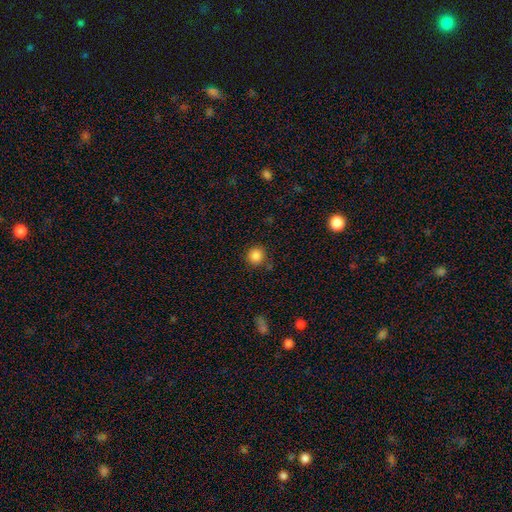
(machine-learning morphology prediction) smooth-or-featured: smooth: 85% | star or artifact: 11% | featured or disk: 4%
  how-rounded: round: 93% | in between: 6% | cigar-shaped: 1%
  merging: none: 84% | minor disturbance: 10% | major disturbance: 3% | merger: 3%